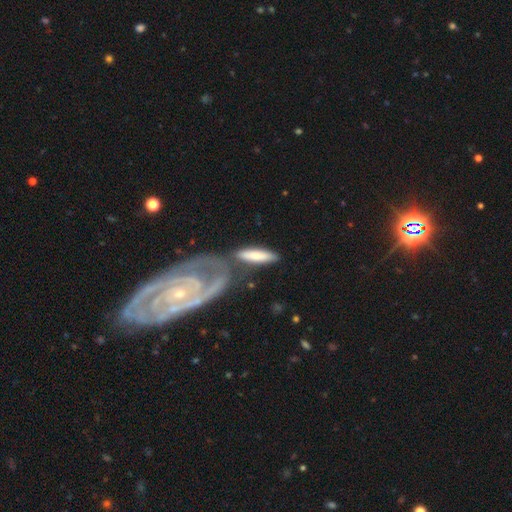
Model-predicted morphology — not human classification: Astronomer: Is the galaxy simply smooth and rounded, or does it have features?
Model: smooth — 71%.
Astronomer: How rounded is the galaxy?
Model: cigar-shaped — 72%.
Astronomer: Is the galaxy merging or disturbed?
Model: none — 57%.